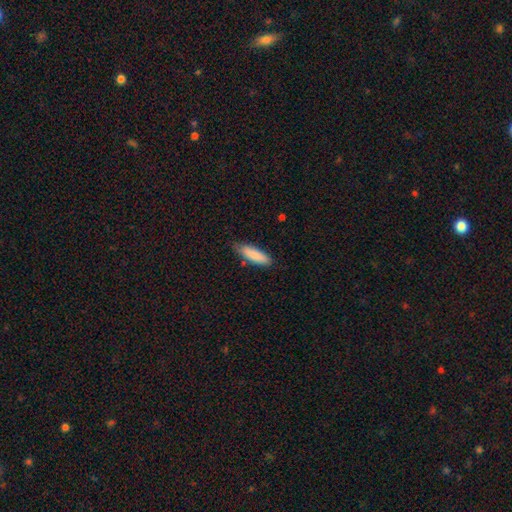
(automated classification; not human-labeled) Q: Smooth or featured?
A: smooth (87%); runner-up: featured or disk (7%)
Q: How rounded?
A: cigar-shaped (55%); runner-up: in between (44%)
Q: Merging?
A: none (77%); runner-up: minor disturbance (18%)